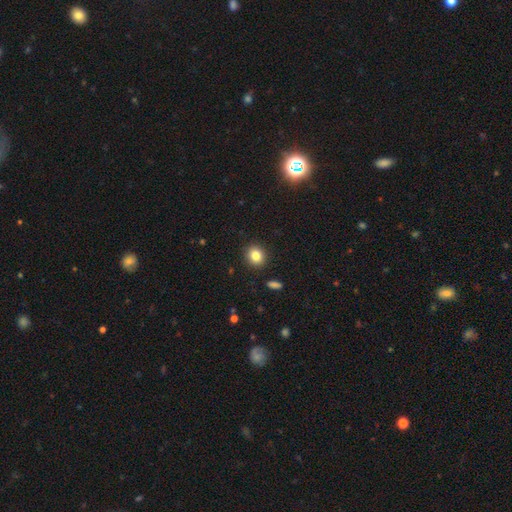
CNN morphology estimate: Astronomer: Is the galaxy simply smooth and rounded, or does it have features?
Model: smooth — 83%.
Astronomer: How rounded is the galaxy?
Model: round — 76%.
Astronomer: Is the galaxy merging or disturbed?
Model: none — 91%.